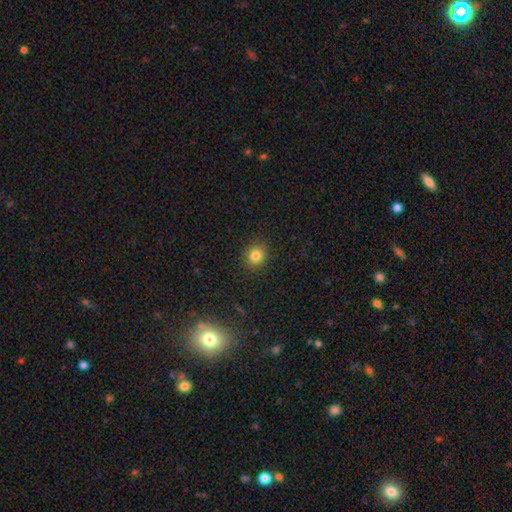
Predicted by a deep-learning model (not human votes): smooth_or_featured: smooth (p=0.81) [alt: star or artifact p=0.13]
how_rounded: round (p=0.81) [alt: in between p=0.18]
merging: none (p=0.90) [alt: minor disturbance p=0.06]